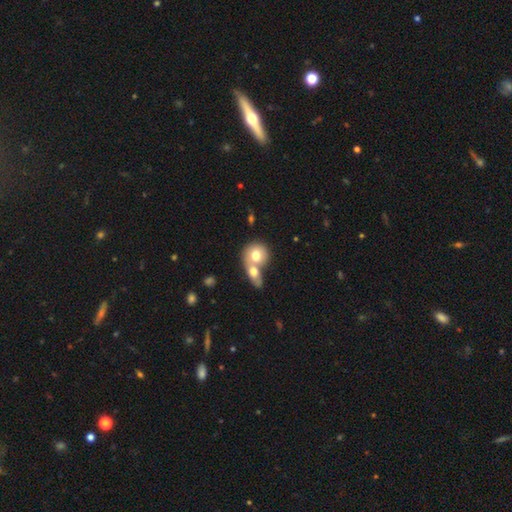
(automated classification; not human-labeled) This is likely a smooth galaxy (69%). How rounded: likely round (77%). Merging: likely merger (67%).